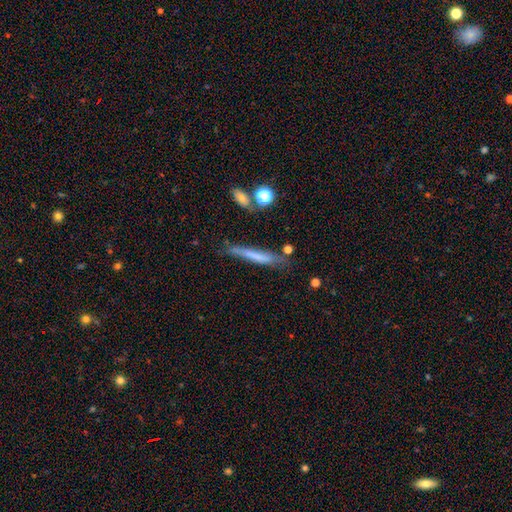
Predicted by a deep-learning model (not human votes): This is possibly a smooth galaxy (58%). How rounded: clearly cigar-shaped (93%). Merging: likely none (67%).